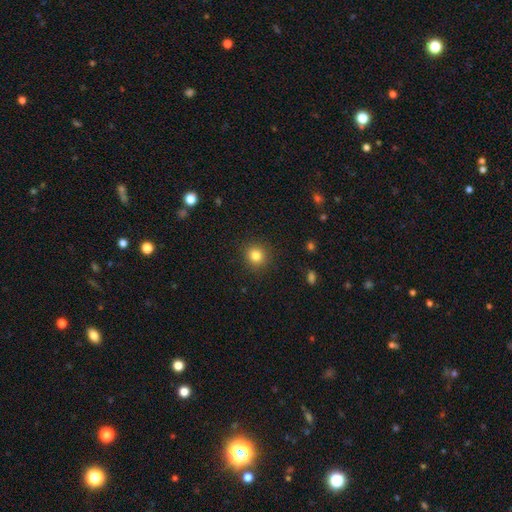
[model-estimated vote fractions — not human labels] The model was most divided on "smooth or featured": smooth: 83%, star or artifact: 12%, featured or disk: 6%. More confident: how rounded — round (90%); merging — none (90%).